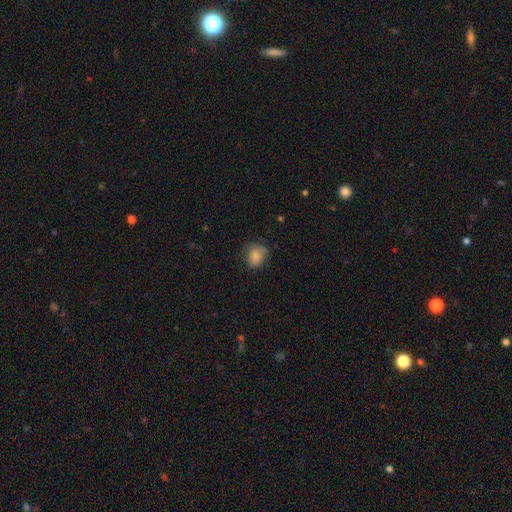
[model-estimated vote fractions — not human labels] Q: Smooth or featured?
A: smooth (81%); runner-up: star or artifact (9%)
Q: How rounded?
A: round (61%); runner-up: in between (38%)
Q: Merging?
A: none (66%); runner-up: minor disturbance (25%)